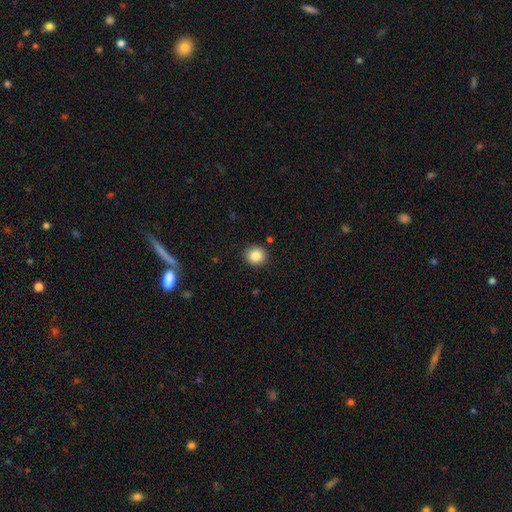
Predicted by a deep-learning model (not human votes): This appears to be a smooth galaxy with no disk features (86%) that is round (91%). Merging: none (91%).